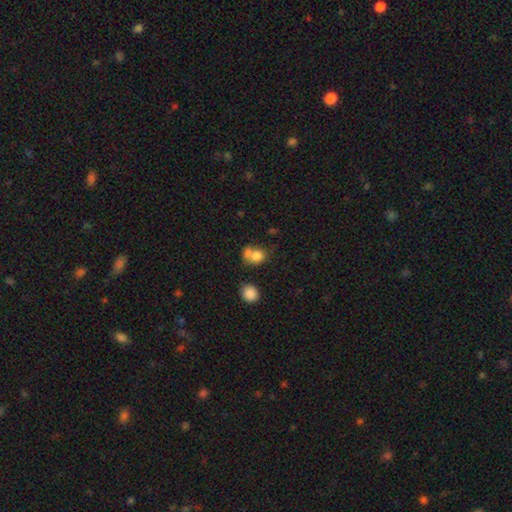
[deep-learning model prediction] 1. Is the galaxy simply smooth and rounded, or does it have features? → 78% smooth, 11% featured or disk, 11% star or artifact.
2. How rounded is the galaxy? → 61% round, 38% in between, 1% cigar-shaped.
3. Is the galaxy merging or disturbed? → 45% merger, 36% none, 12% minor disturbance, 7% major disturbance.